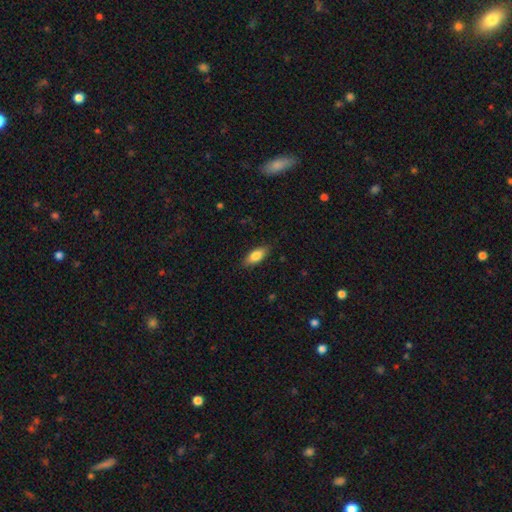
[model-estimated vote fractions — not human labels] Smooth or featured? smooth (82%)
How rounded? in between (81%)
Merging? none (85%)